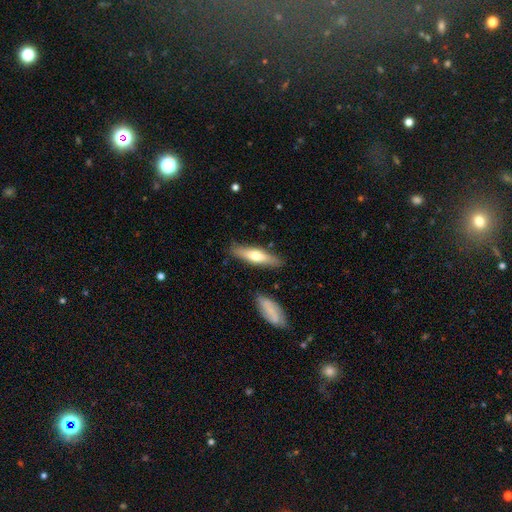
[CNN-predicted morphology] A smooth galaxy with no disk features (53%) that is cigar-shaped (73%). Merging: none (83%).